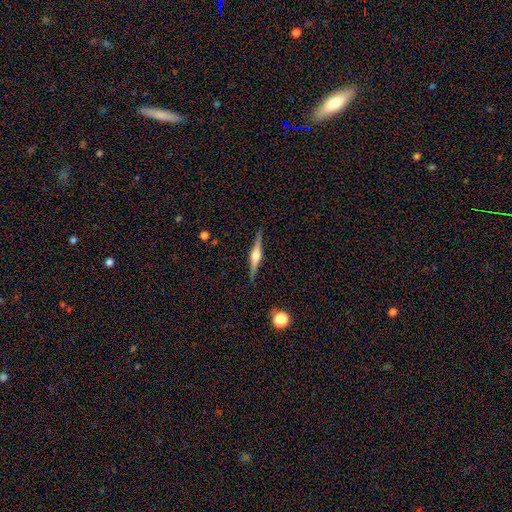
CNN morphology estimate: smooth_or_featured: featured or disk (p=0.78) [alt: smooth p=0.17]
disk_edge_on: yes (p=0.98) [alt: no p=0.02]
edge_on_bulge: rounded (p=0.88) [alt: boxy p=0.09]
merging: none (p=0.89) [alt: minor disturbance p=0.08]